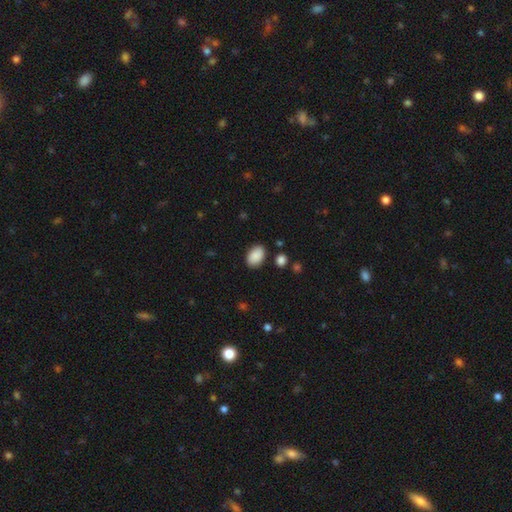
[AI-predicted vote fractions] Smooth or featured? smooth (90%)
How rounded? in between (89%)
Merging? none (84%)